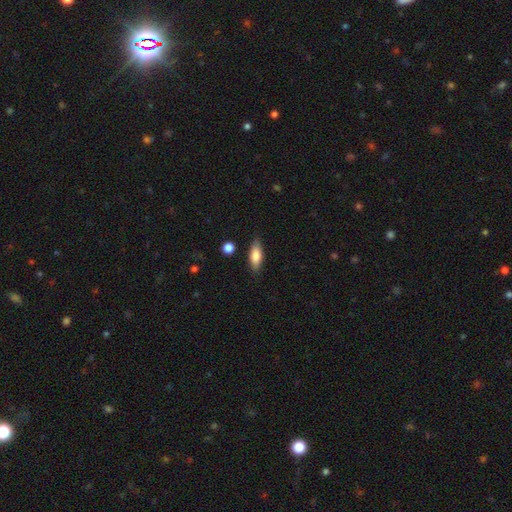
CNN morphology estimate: Smooth or featured? smooth (79%)
How rounded? in between (70%)
Merging? none (81%)